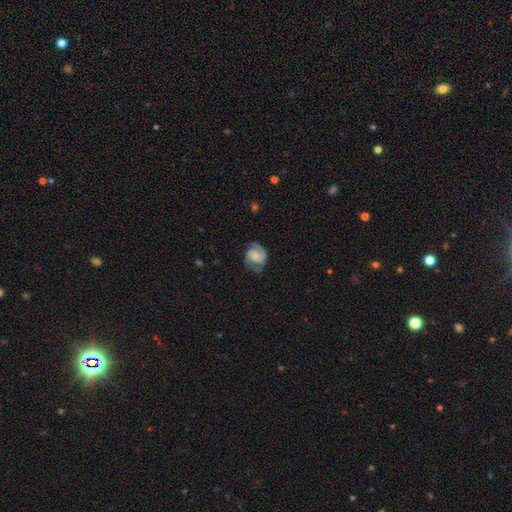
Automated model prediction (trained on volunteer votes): Smooth or featured?
  - featured or disk: 74% *
  - smooth: 19%
  - star or artifact: 7%
Edge-on disk?
  - no: 98% *
  - yes: 2%
Bar?
  - no: 61% *
  - weak: 32%
  - strong: 7%
Spiral arms?
  - yes: 94% *
  - no: 6%
Spiral winding?
  - tight: 44% *
  - medium: 43%
  - loose: 13%
Spiral arm count?
  - 2: 80% *
  - 1: 8%
  - can't tell: 7%
  - 3: 3%
  - 4: 1%
  - more than 4: 1%
Bulge size?
  - none: 30% *
  - small: 29%
  - moderate: 24%
  - large: 14%
  - dominant: 3%
Merging?
  - none: 64% *
  - minor disturbance: 23%
  - major disturbance: 11%
  - merger: 1%